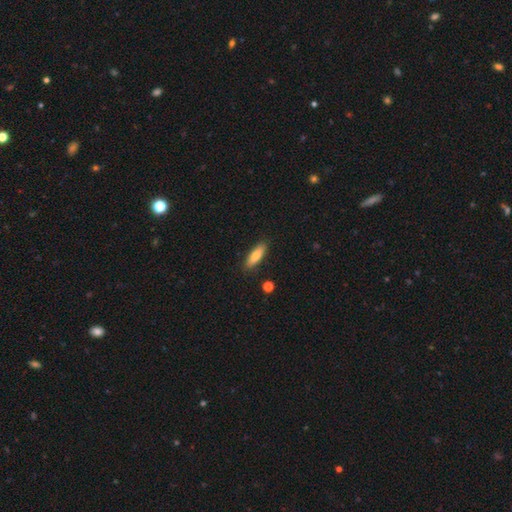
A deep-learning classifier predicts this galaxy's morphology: This appears to be a smooth galaxy with no disk features (81%) that is in between round and cigar-shaped (51%). Merging: none (86%).